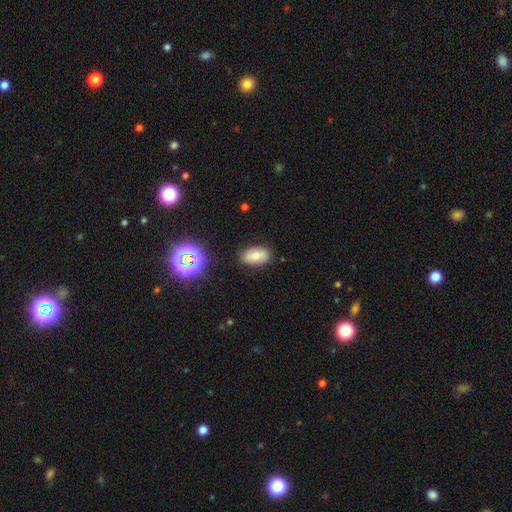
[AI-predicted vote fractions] The model was most divided on "smooth or featured": smooth: 68%, featured or disk: 19%, star or artifact: 13%. More confident: how rounded — in between (90%); merging — none (84%).